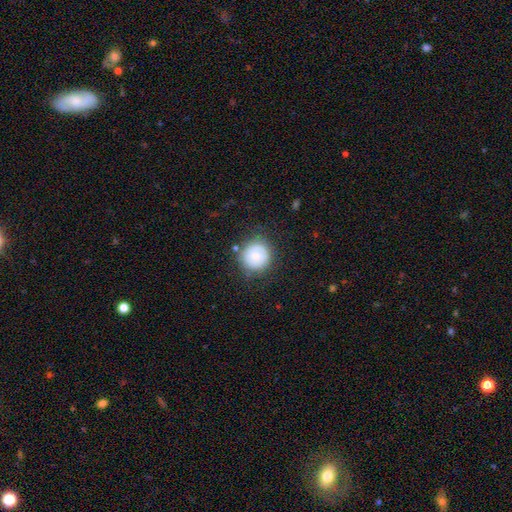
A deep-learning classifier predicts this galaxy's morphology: smooth-or-featured: smooth: 70% | featured or disk: 22% | star or artifact: 8%
  how-rounded: round: 92% | in between: 7% | cigar-shaped: 1%
  merging: none: 77% | minor disturbance: 15% | major disturbance: 6% | merger: 3%